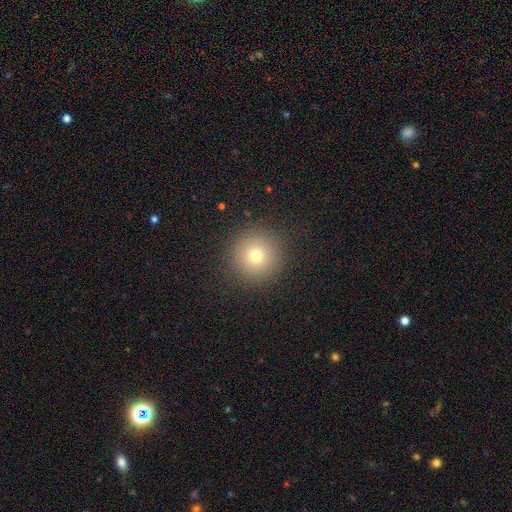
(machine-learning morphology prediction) Smooth or featured: smooth — 73% (star or artifact — 16%)
How rounded: round — 96% (in between — 3%)
Merging: none — 91% (minor disturbance — 5%)